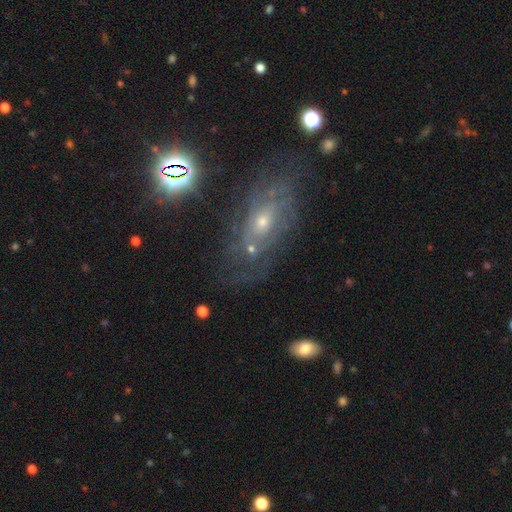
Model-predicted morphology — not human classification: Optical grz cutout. It shows a featured or disk galaxy (59%). Merging: none (71%).